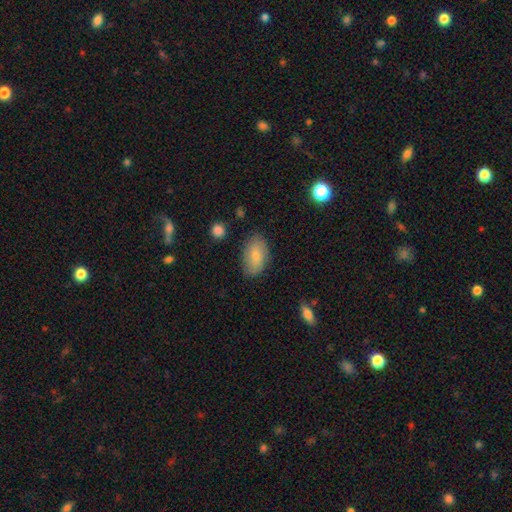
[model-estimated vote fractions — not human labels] smooth-or-featured: smooth: 80% | featured or disk: 13% | star or artifact: 7%
  how-rounded: in between: 93% | round: 5% | cigar-shaped: 2%
  merging: none: 82% | minor disturbance: 14% | major disturbance: 3% | merger: 1%